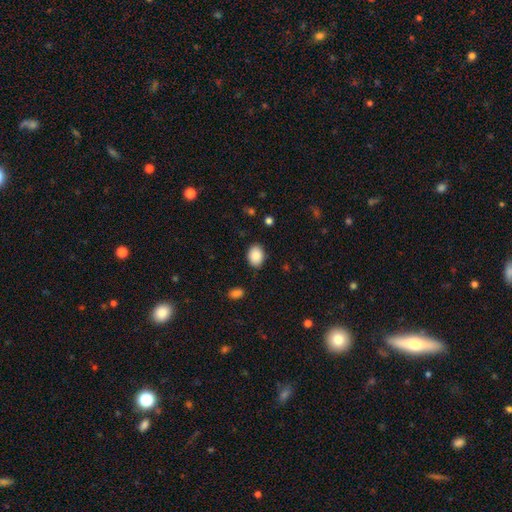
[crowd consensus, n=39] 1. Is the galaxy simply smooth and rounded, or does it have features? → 92% smooth, 5% featured or disk, 3% star or artifact.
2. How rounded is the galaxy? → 78% in between, 22% round, 0% cigar-shaped.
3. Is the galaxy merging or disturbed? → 84% none, 11% minor disturbance, 5% major disturbance, 0% merger.